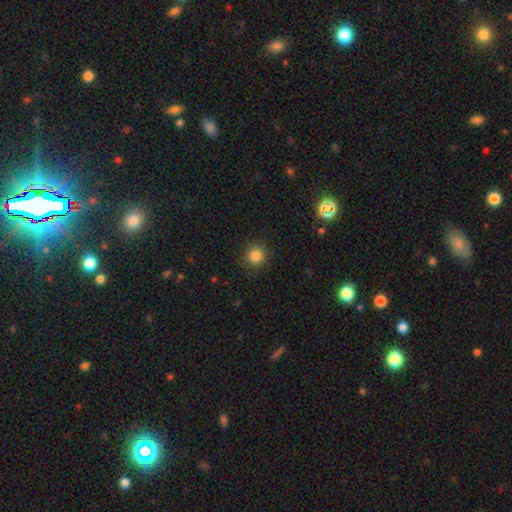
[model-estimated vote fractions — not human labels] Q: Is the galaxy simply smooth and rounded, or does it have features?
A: smooth — 84%.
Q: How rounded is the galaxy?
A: round — 92%.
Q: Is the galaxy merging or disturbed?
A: none — 90%.